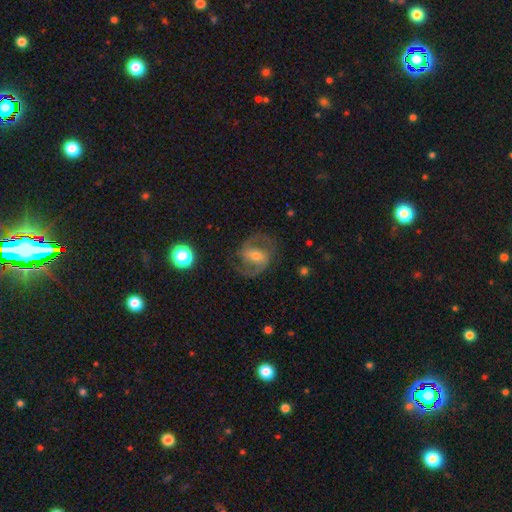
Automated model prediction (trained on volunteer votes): Smooth or featured? Predicted: featured or disk (p=0.84). Edge-on disk? Predicted: no (p=0.97). Bar? Predicted: weak (p=0.42). Spiral arms? Predicted: yes (p=0.94). Spiral winding? Predicted: medium (p=0.59). Spiral arm count? Predicted: 2 (p=0.91). Bulge size? Predicted: moderate (p=0.55). Merging? Predicted: none (p=0.78).